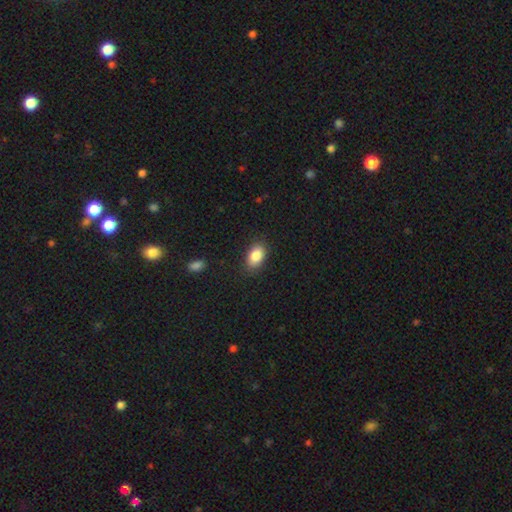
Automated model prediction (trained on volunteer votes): Morphology: type=smooth (87%); roundness=in between (89%); merging=none (85%).